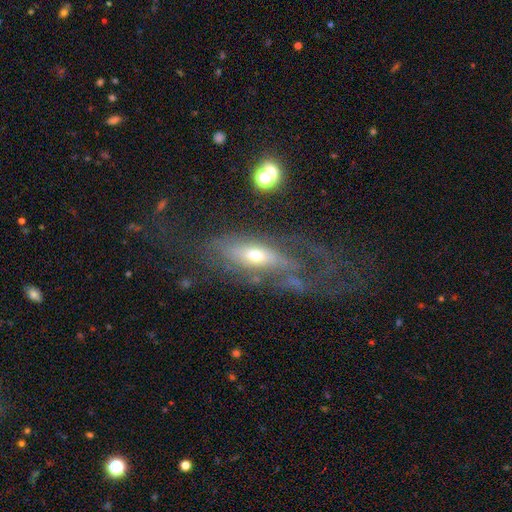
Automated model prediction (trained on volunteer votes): This appears to be a featured or disk galaxy (64%). Merging: none (39%).